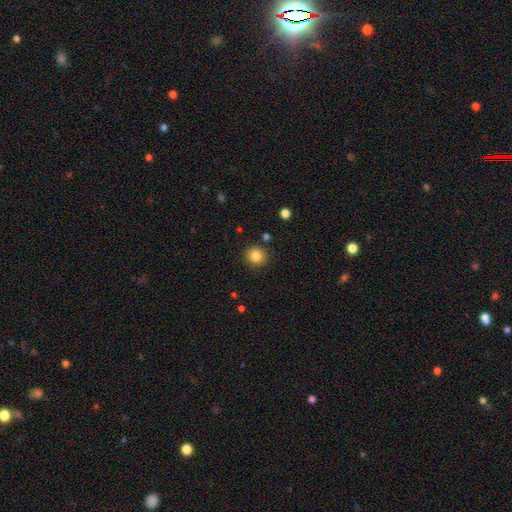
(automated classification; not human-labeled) Morphology: type=smooth (84%); roundness=round (92%); merging=none (89%).